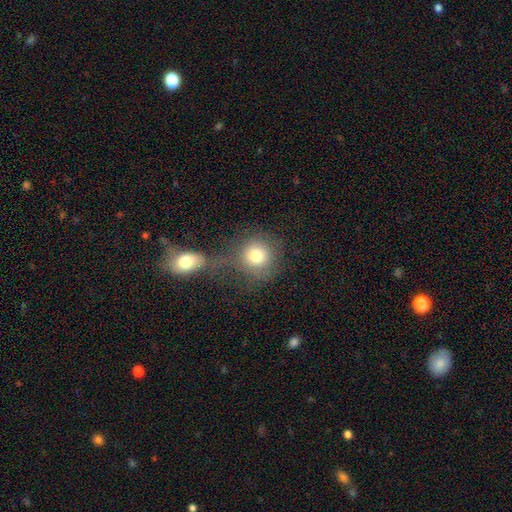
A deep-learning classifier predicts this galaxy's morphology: smooth 78%, featured or disk 12%, star or artifact 10%. Down the decision tree: how rounded — round (89%); merging — none (46%).